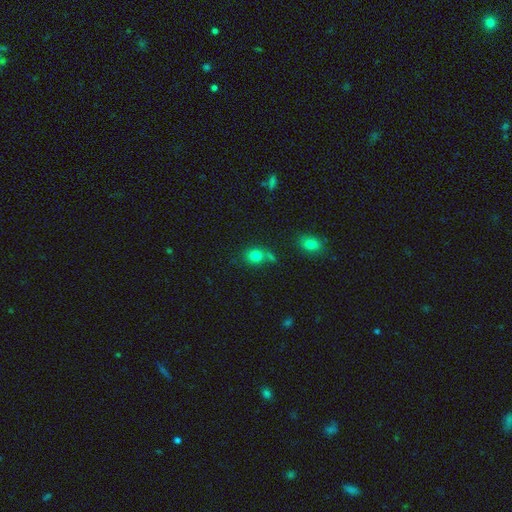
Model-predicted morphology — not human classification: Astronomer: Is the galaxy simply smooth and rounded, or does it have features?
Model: smooth — 80%.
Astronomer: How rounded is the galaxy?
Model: round — 70%.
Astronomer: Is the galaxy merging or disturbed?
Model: none — 64%.